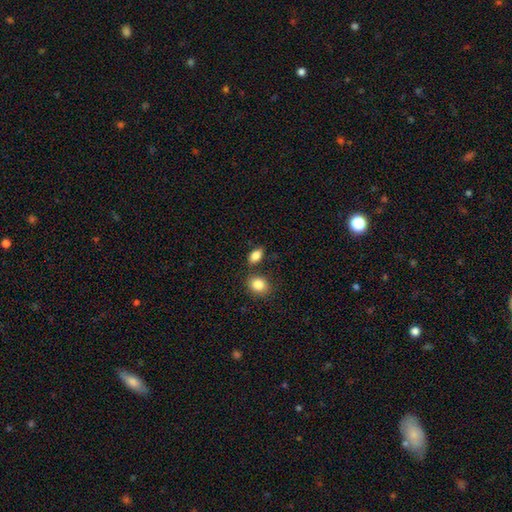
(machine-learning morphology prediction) A smooth galaxy with no disk features (85%) that is in between round and cigar-shaped (85%).

Vote fractions:
- Smooth or featured? smooth: 85% / star or artifact: 8% / featured or disk: 6%
- How rounded? in between: 85% / round: 12% / cigar-shaped: 3%
- Merging? none: 72% / merger: 12% / minor disturbance: 12% / major disturbance: 3%